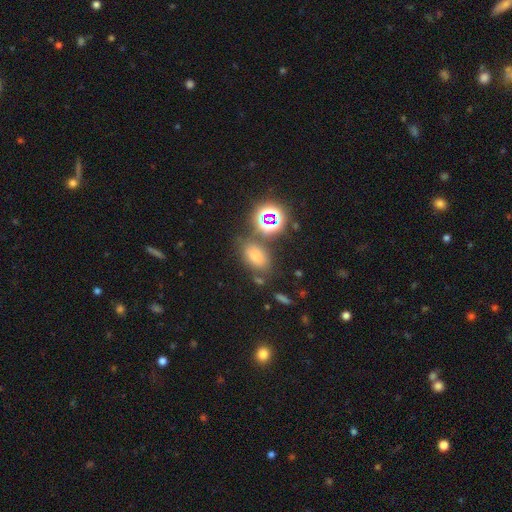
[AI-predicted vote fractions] smooth_or_featured: smooth (p=0.67) [alt: star or artifact p=0.24]
how_rounded: in between (p=0.78) [alt: round p=0.20]
merging: none (p=0.67) [alt: minor disturbance p=0.15]